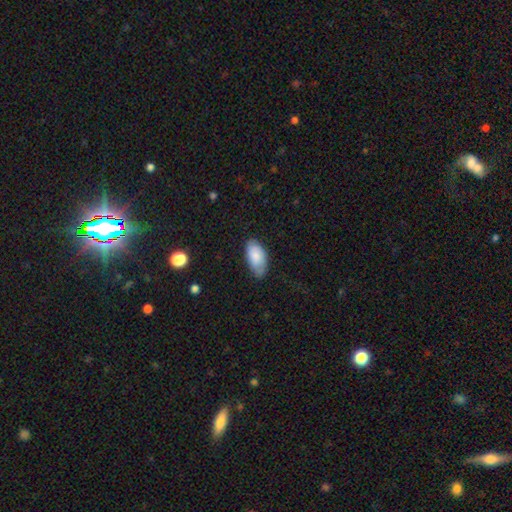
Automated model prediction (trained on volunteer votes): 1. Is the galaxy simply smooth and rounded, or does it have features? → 79% smooth, 15% featured or disk, 6% star or artifact.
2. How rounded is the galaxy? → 94% in between, 3% cigar-shaped, 2% round.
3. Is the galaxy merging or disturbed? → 71% none, 24% minor disturbance, 4% major disturbance, 1% merger.